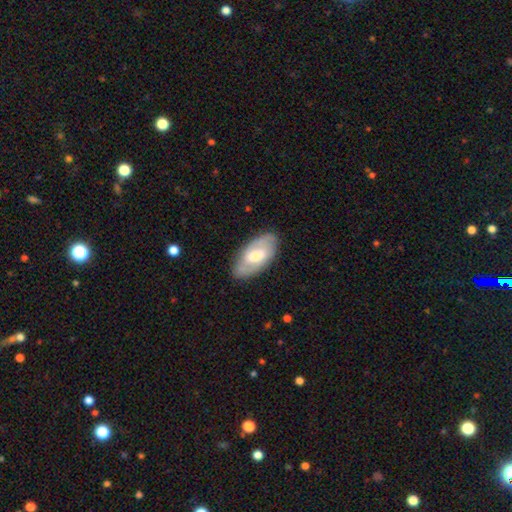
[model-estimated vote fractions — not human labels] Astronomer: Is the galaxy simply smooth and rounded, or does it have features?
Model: featured or disk — 53% (runner-up: smooth, 41%).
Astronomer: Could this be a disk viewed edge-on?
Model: no — 89%.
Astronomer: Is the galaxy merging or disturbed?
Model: none — 83%.